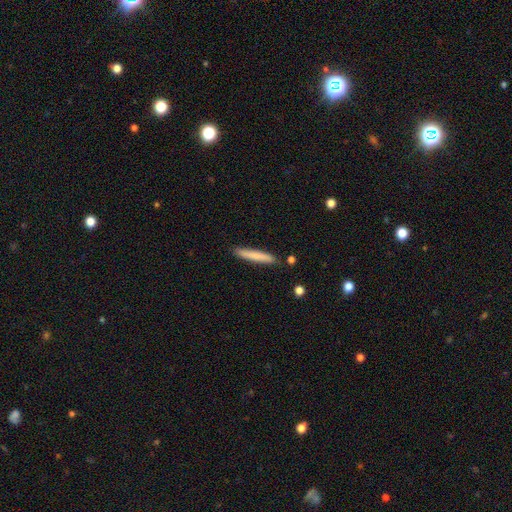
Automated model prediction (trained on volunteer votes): A smooth galaxy with no disk features (76%) that is cigar-shaped (95%).

Vote fractions:
- Smooth or featured? smooth: 76% / featured or disk: 18% / star or artifact: 6%
- How rounded? cigar-shaped: 95% / in between: 4% / round: 1%
- Merging? none: 87% / minor disturbance: 9% / merger: 2% / major disturbance: 2%